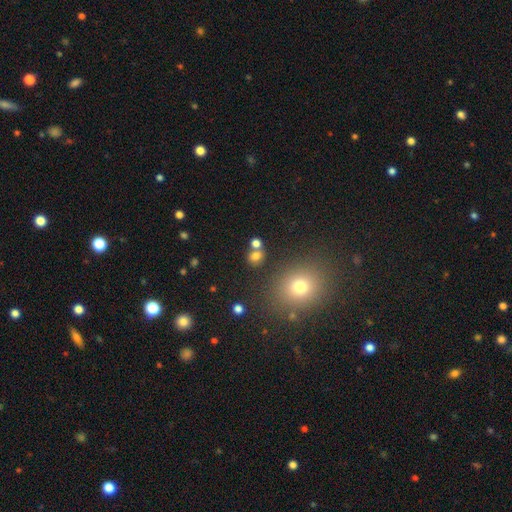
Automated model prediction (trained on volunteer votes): A smooth galaxy with no disk features (74%) that is round (68%). Merging: none (64%).